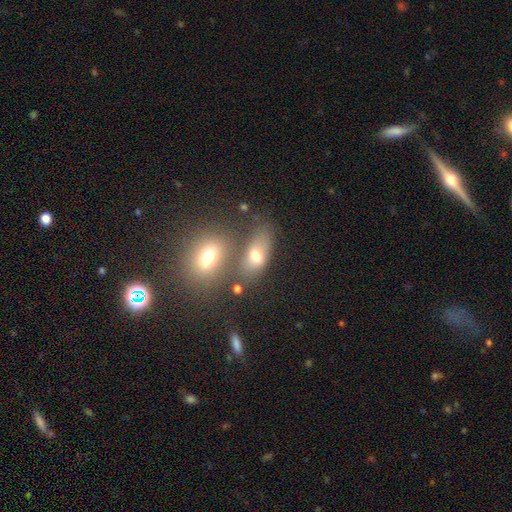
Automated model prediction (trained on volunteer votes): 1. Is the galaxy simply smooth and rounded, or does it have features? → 68% smooth, 18% featured or disk, 14% star or artifact.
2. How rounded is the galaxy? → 80% in between, 14% round, 6% cigar-shaped.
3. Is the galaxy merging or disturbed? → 42% none, 36% merger, 13% minor disturbance, 8% major disturbance.